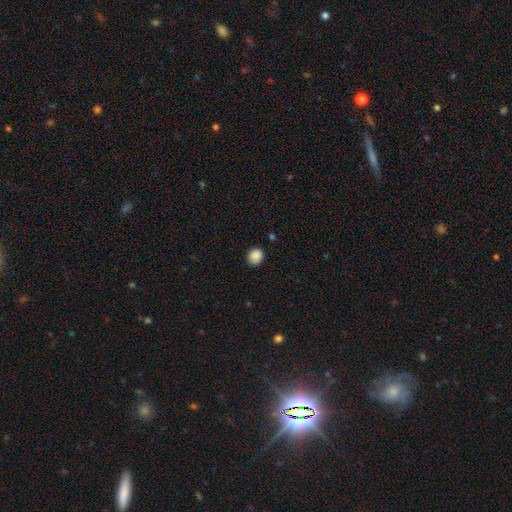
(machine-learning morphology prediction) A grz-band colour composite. It shows a smooth galaxy with no disk features (88%) that is round (64%). Merging: none (87%).